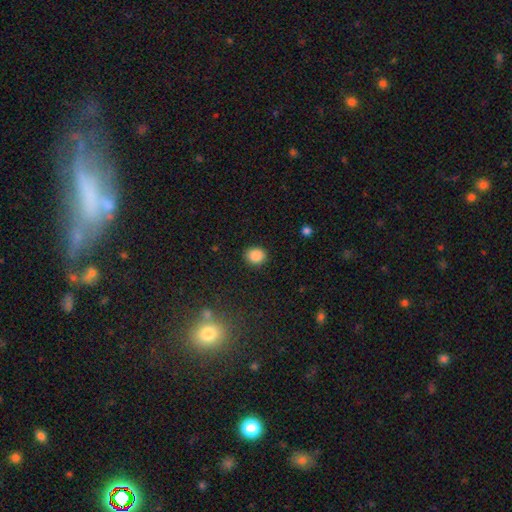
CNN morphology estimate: Smooth or featured: smooth — 87% (star or artifact — 10%)
How rounded: round — 69% (in between — 30%)
Merging: none — 88% (minor disturbance — 8%)